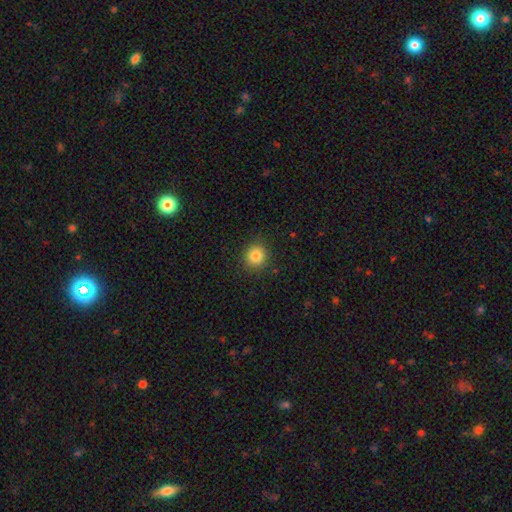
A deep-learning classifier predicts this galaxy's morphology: This appears to be a smooth galaxy with no disk features (83%) that is round (89%). Merging: none (90%).